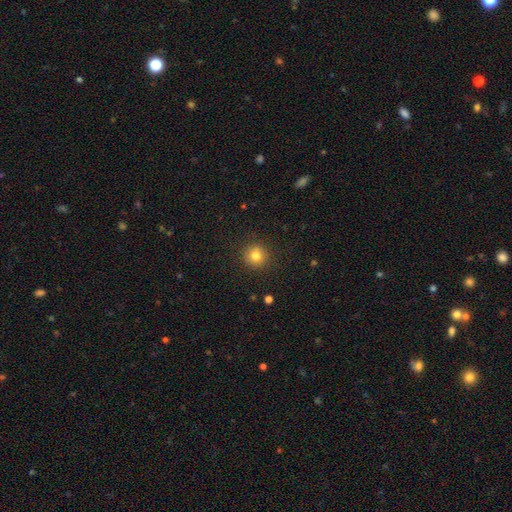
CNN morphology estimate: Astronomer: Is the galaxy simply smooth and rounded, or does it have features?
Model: smooth — 79%.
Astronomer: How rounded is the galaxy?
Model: round — 93%.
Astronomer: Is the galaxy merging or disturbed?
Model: none — 90%.